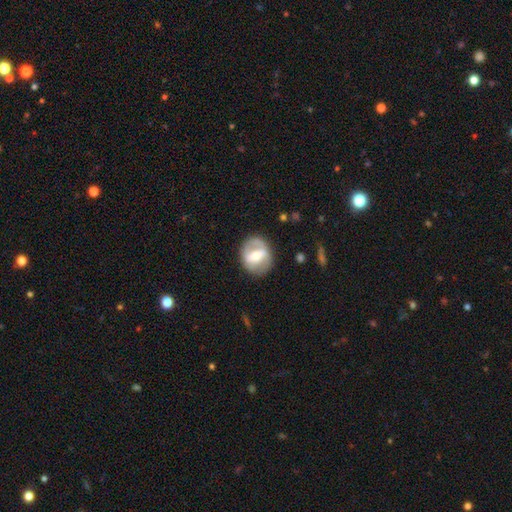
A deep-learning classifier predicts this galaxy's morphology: A featured or disk galaxy (64%) with a strong bar (53%), no spiral arms (56%) and a moderate central bulge (61%). Merging: none (80%).